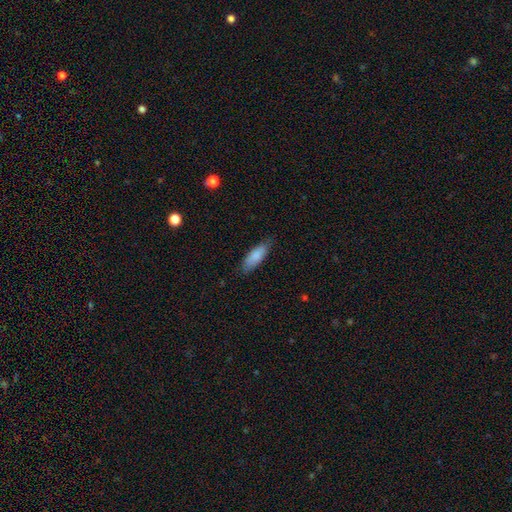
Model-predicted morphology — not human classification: type=smooth (85%); roundness=in between (63%); merging=none (79%).